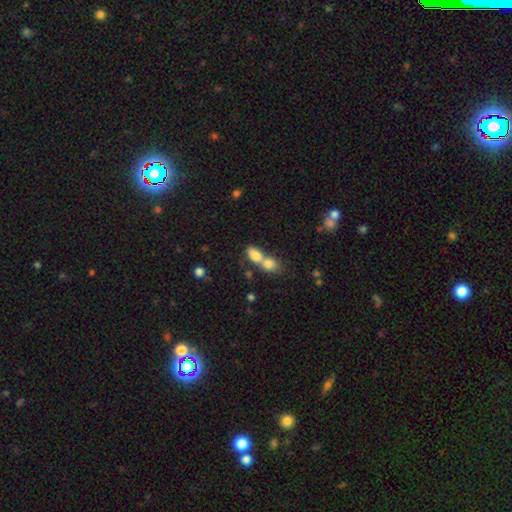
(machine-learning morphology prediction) smooth 80%, featured or disk 11%, star or artifact 9%. Down the decision tree: how rounded — in between (80%); merging — merger (69%).